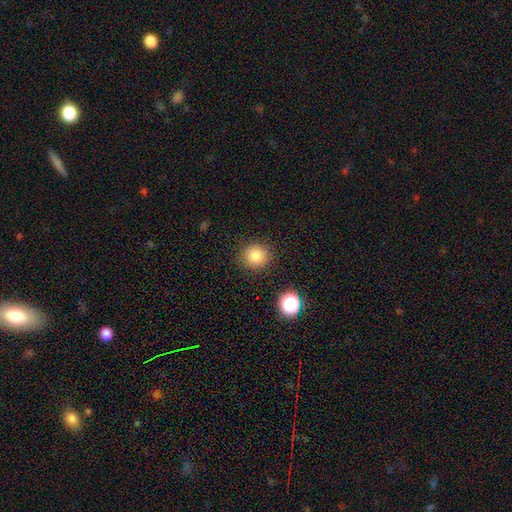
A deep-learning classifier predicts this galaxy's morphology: smooth_or_featured: smooth (p=0.82) [alt: star or artifact p=0.12]
how_rounded: round (p=0.88) [alt: in between p=0.11]
merging: none (p=0.89) [alt: minor disturbance p=0.07]